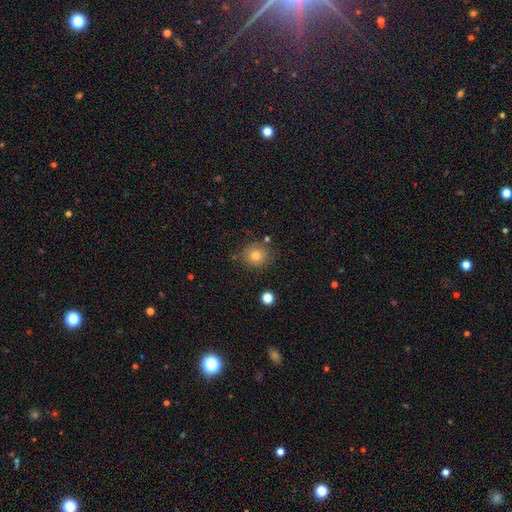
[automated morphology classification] Smooth or featured? Predicted: smooth (p=0.77). How rounded? Predicted: round (p=0.86). Merging? Predicted: none (p=0.81).